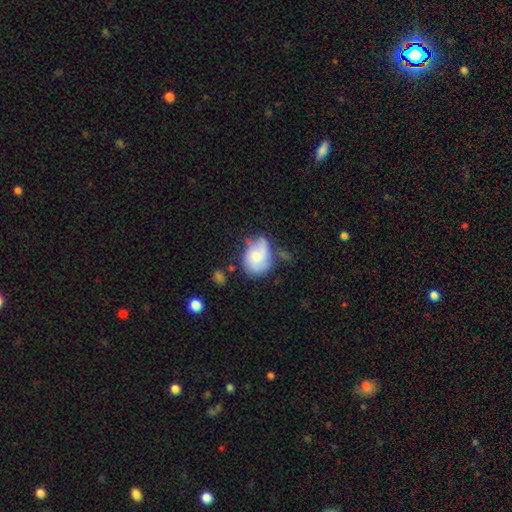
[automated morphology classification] smooth-or-featured: smooth: 53% | featured or disk: 39% | star or artifact: 8%
  how-rounded: in between: 67% | round: 32% | cigar-shaped: 1%
  merging: none: 42% | minor disturbance: 33% | major disturbance: 15% | merger: 9%